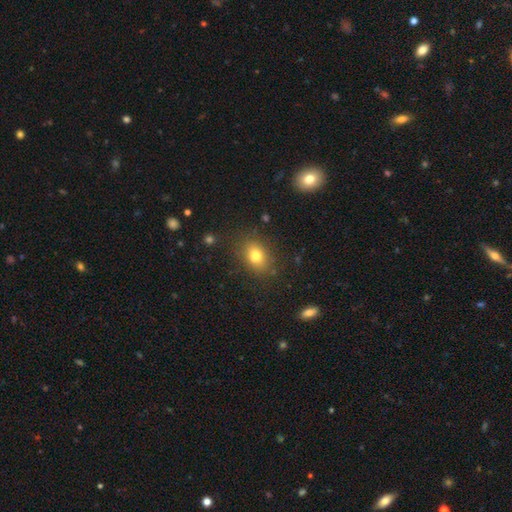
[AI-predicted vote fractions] This is likely a smooth galaxy (77%). How rounded: likely in between (68%). Merging: clearly none (82%).